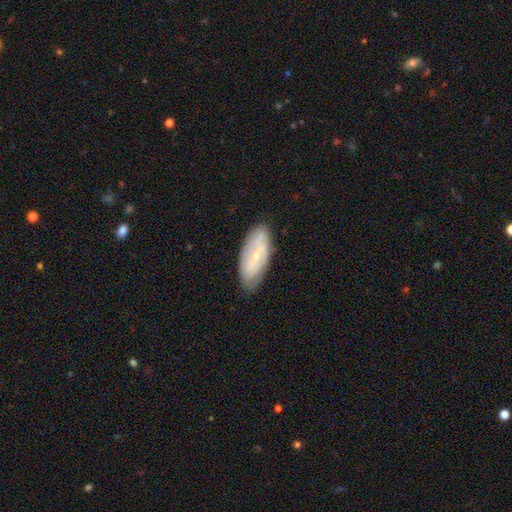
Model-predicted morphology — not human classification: smooth-or-featured: featured or disk: 54% | smooth: 39% | star or artifact: 7%
  disk-edge-on: no: 87% | yes: 13%
  merging: none: 78% | minor disturbance: 17% | major disturbance: 3% | merger: 1%